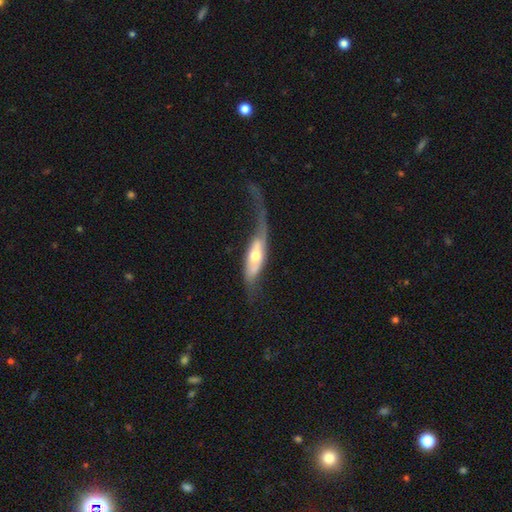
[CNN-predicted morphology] The model was most divided on "smooth or featured": featured or disk: 57%, smooth: 38%, star or artifact: 5%. More confident: edge-on disk — no (64%); merging — major disturbance (55%).